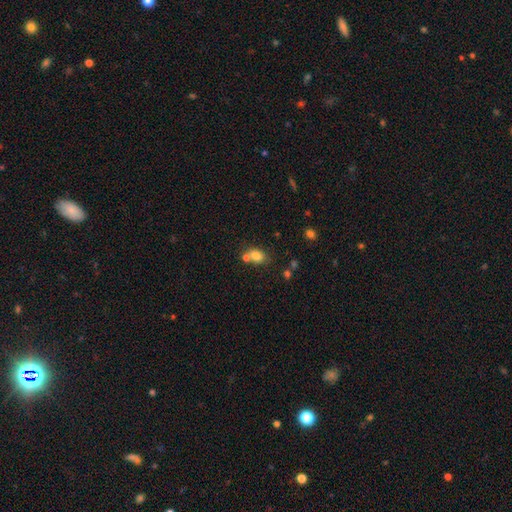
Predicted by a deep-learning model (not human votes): Smooth or featured? Predicted: smooth (p=0.78). How rounded? Predicted: in between (p=0.66). Merging? Predicted: none (p=0.50).